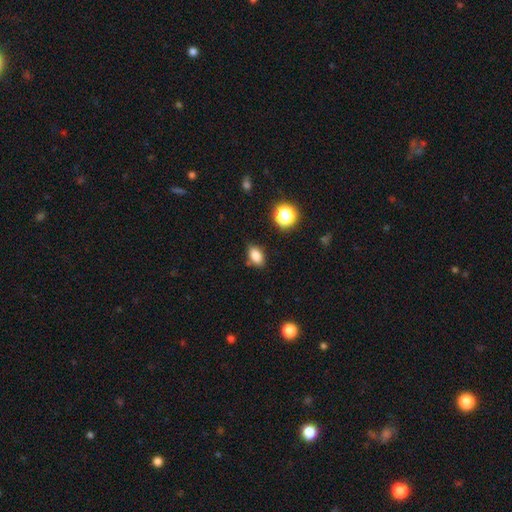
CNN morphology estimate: smooth_or_featured: smooth (p=0.83) [alt: star or artifact p=0.11]
how_rounded: in between (p=0.85) [alt: round p=0.12]
merging: none (p=0.81) [alt: minor disturbance p=0.13]